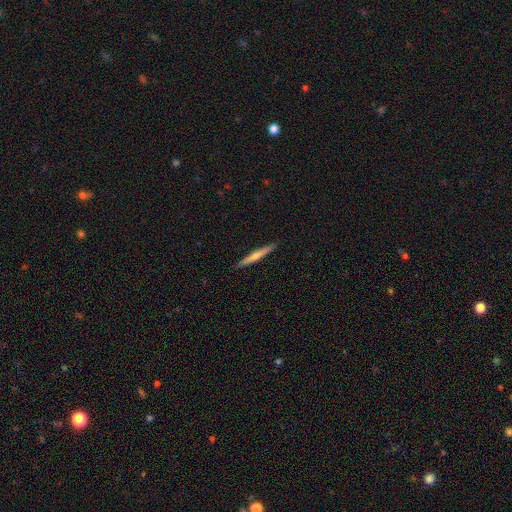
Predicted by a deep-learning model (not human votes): The model was most divided on "smooth or featured": smooth: 52%, featured or disk: 43%, star or artifact: 6%. More confident: how rounded — cigar-shaped (95%); merging — none (92%).